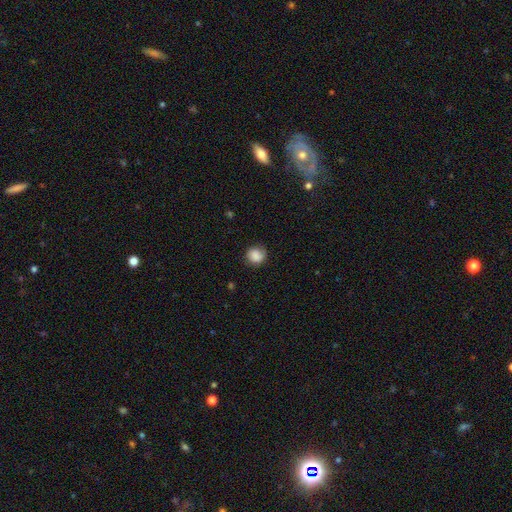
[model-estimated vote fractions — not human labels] This appears to be a smooth galaxy with no disk features (86%) that is round (82%). Merging: none (78%).